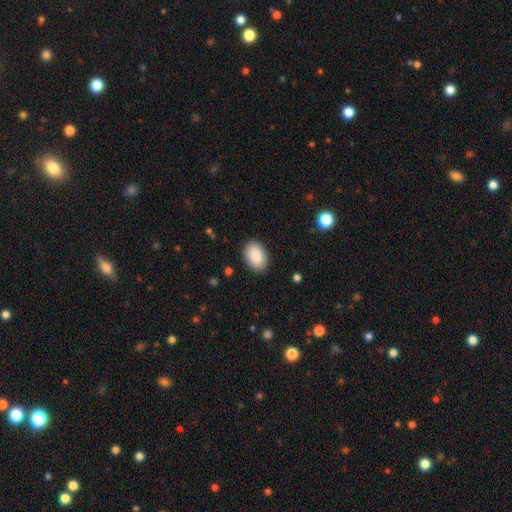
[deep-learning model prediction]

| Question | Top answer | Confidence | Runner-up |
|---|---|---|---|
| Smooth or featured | smooth | 89% | star or artifact (6%) |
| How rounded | in between | 89% | round (10%) |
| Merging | none | 88% | minor disturbance (9%) |